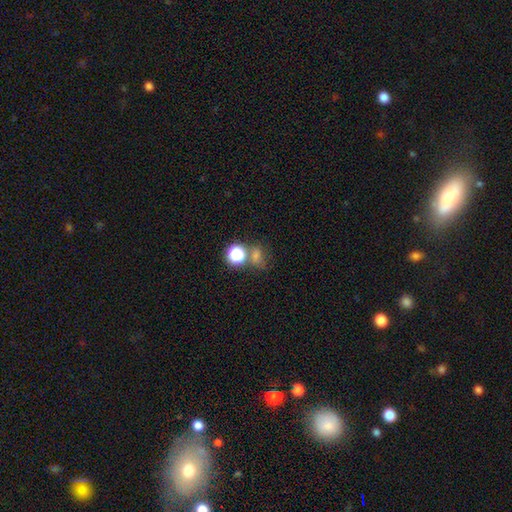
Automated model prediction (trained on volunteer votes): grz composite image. It shows a smooth galaxy with no disk features (54%) that is round (64%). Merging: none (53%).